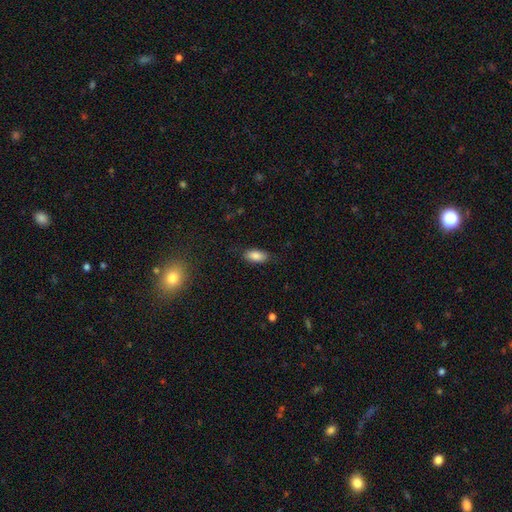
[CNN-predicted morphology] smooth_or_featured: smooth (p=0.86) [alt: star or artifact p=0.08]
how_rounded: in between (p=0.90) [alt: cigar-shaped p=0.08]
merging: none (p=0.83) [alt: minor disturbance p=0.13]